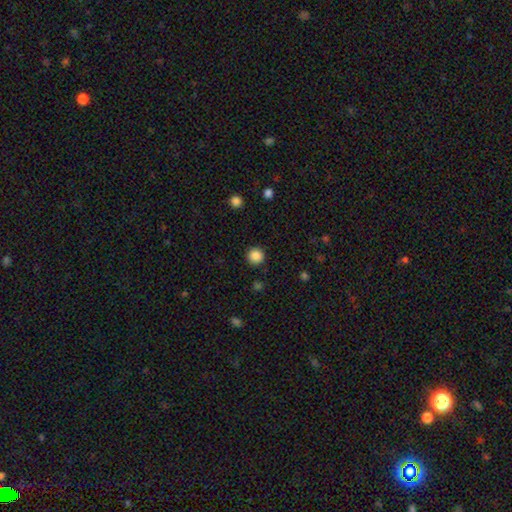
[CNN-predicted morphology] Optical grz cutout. It shows a smooth galaxy with no disk features (86%) that is round (95%). Merging: none (92%).